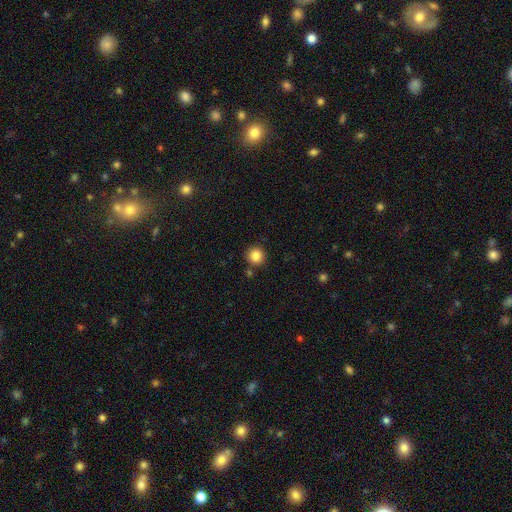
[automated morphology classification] Smooth or featured? smooth (85%)
How rounded? round (93%)
Merging? none (86%)